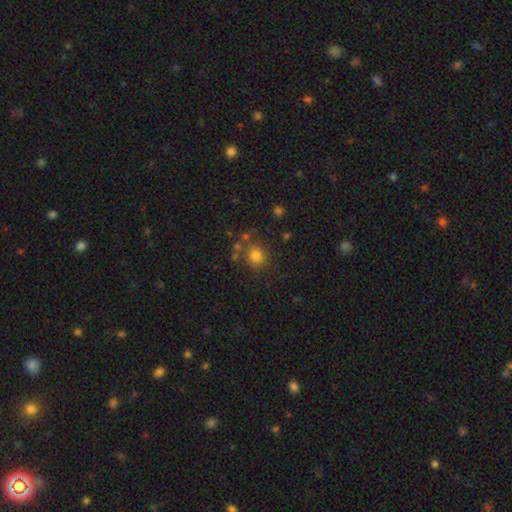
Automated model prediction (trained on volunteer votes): Morphology: type=smooth (78%); roundness=round (87%); merging=none (75%).